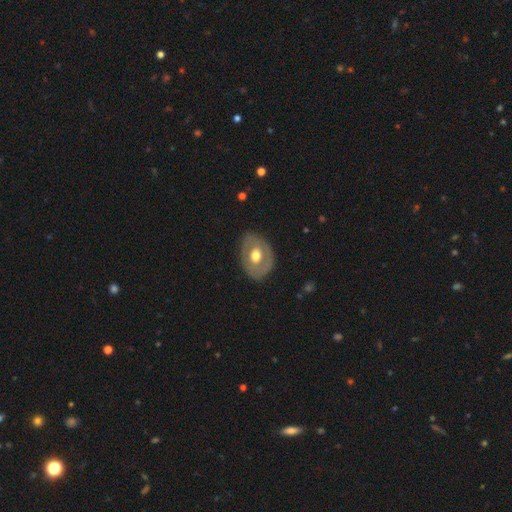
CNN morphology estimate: Smooth or featured?
  - featured or disk: 51% *
  - smooth: 43%
  - star or artifact: 5%
Edge-on disk?
  - no: 92% *
  - yes: 8%
Merging?
  - none: 80% *
  - minor disturbance: 15%
  - major disturbance: 5%
  - merger: 1%